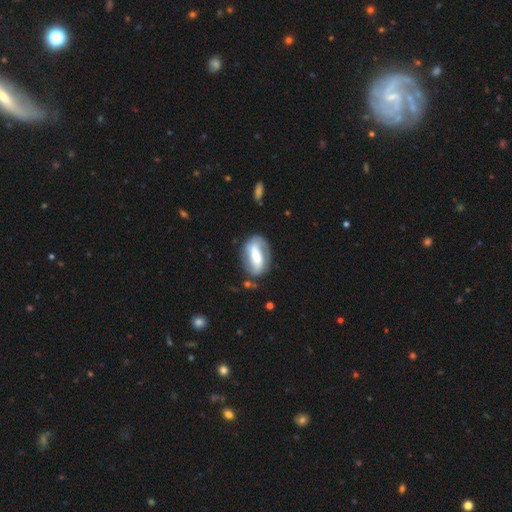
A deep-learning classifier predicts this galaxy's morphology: Overall: featured or disk (66%; smooth 29%). Edge-on disk: no (92%). Bar: strong (58%; weak 27%). Spiral arms: yes (72%). Bulge size: moderate (52%; small 27%). Merging: none (72%).